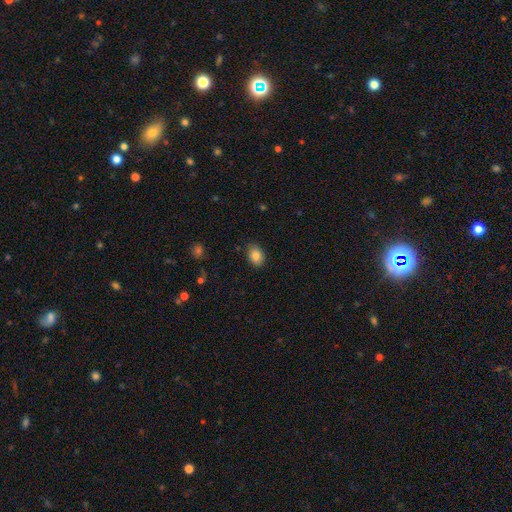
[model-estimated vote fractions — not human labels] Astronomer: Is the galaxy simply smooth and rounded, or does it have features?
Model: smooth — 85%.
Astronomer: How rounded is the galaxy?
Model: in between — 81%.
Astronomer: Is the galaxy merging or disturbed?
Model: none — 82%.